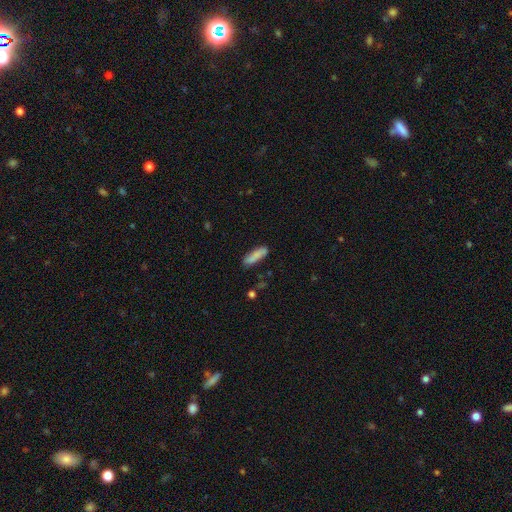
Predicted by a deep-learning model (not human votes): Morphology: type=smooth (81%); roundness=cigar-shaped (66%); merging=none (80%).